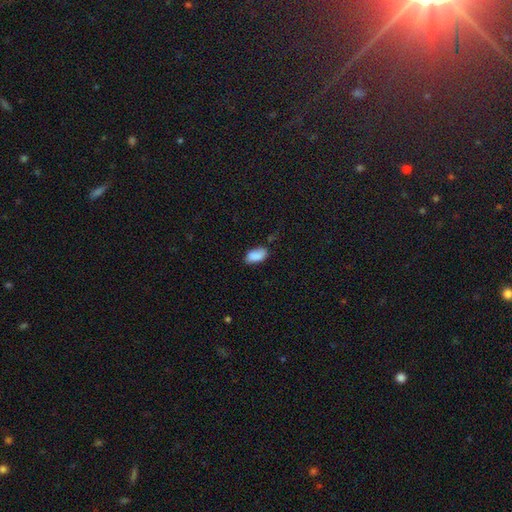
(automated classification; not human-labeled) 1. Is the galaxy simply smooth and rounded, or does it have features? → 87% smooth, 7% star or artifact, 6% featured or disk.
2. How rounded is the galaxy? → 93% in between, 3% round, 3% cigar-shaped.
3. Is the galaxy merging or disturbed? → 69% none, 23% minor disturbance, 5% major disturbance, 3% merger.